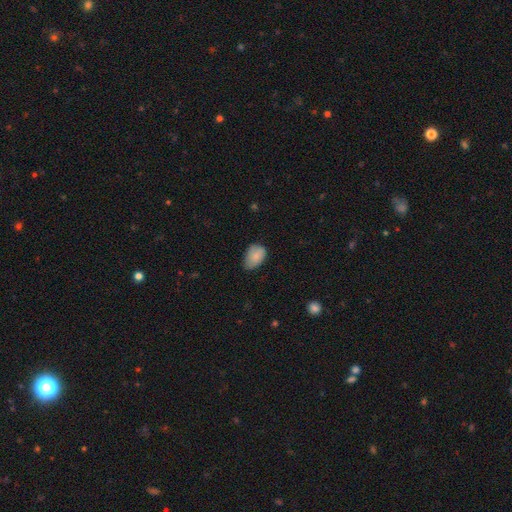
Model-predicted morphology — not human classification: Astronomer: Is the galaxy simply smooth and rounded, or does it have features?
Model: smooth — 84%.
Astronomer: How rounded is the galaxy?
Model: in between — 87%.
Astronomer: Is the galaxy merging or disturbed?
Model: none — 55% (runner-up: minor disturbance, 37%).